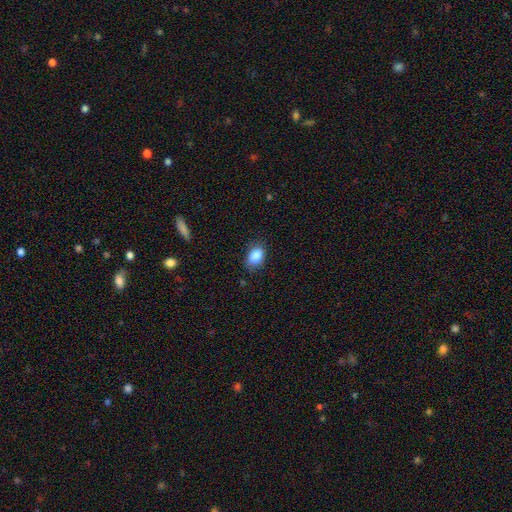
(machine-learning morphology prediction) Smooth or featured? Predicted: smooth (p=0.86). How rounded? Predicted: in between (p=0.84). Merging? Predicted: none (p=0.77).